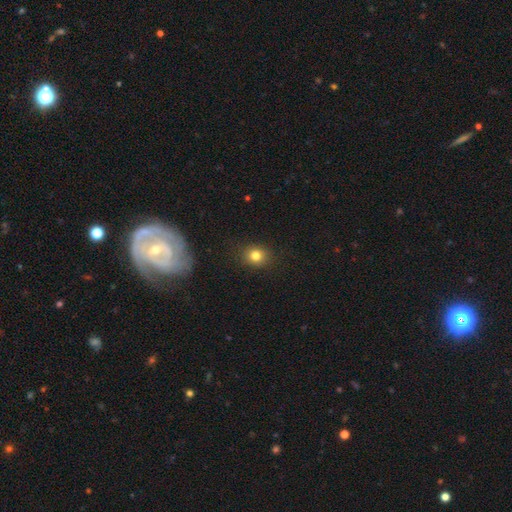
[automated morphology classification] type=smooth (81%); roundness=round (71%); merging=none (88%).